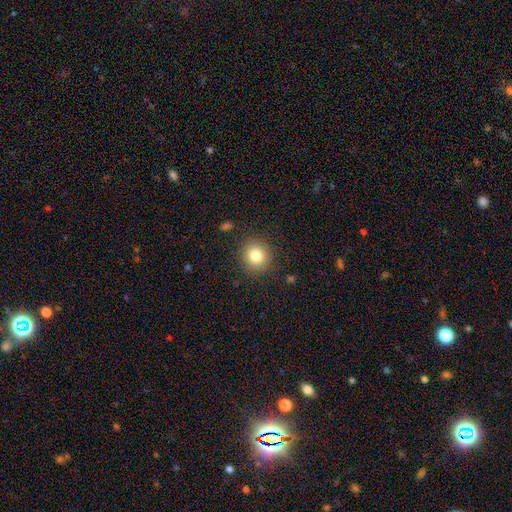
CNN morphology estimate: smooth 81%, star or artifact 11%, featured or disk 8%. Down the decision tree: how rounded — round (89%); merging — none (88%).